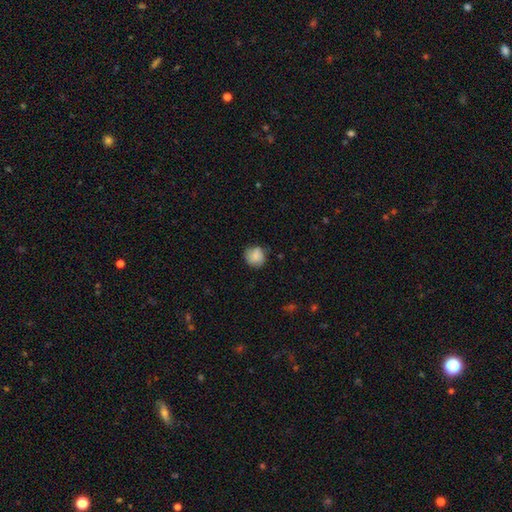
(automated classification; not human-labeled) Q: Smooth or featured?
A: smooth (80%); runner-up: featured or disk (12%)
Q: How rounded?
A: round (85%); runner-up: in between (14%)
Q: Merging?
A: none (71%); runner-up: minor disturbance (22%)